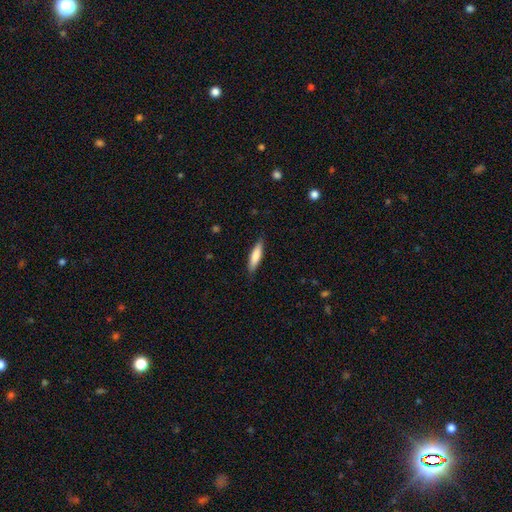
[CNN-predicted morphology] Smooth or featured? smooth (78%)
How rounded? cigar-shaped (74%)
Merging? none (86%)